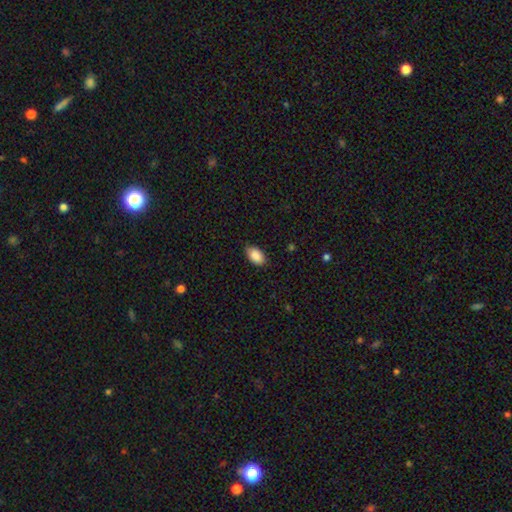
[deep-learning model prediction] This appears to be a smooth galaxy with no disk features (89%) that is in between round and cigar-shaped (92%). Merging: none (83%).